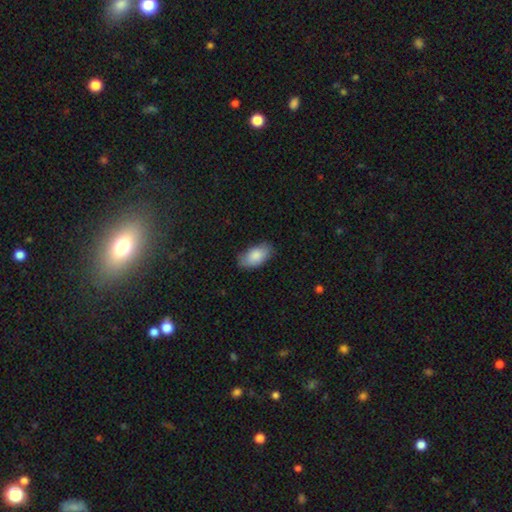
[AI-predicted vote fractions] Q: Smooth or featured?
A: smooth (86%); runner-up: featured or disk (8%)
Q: How rounded?
A: in between (94%); runner-up: round (3%)
Q: Merging?
A: none (79%); runner-up: minor disturbance (17%)